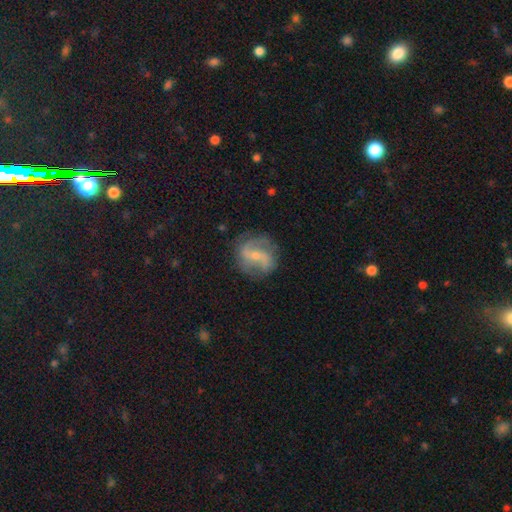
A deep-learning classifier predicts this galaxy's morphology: The model was most divided on "spiral winding": loose: 46%, medium: 40%, tight: 14%. Remaining: edge-on disk — no (97%); spiral arms — yes (92%); spiral arm count — 2 (83%); smooth or featured — featured or disk (78%); merging — none (75%); bulge size — small (63%); bar — weak (44%).